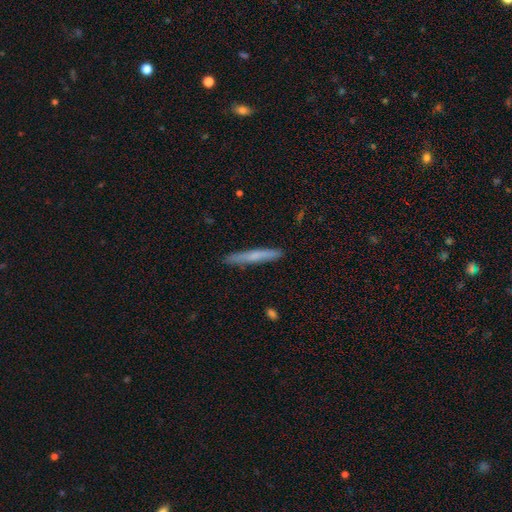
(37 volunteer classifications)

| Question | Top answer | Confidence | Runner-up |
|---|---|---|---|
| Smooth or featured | smooth | 54% | featured or disk (38%) |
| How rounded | cigar-shaped | 95% | in between (5%) |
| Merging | none | 91% | minor disturbance (6%) |